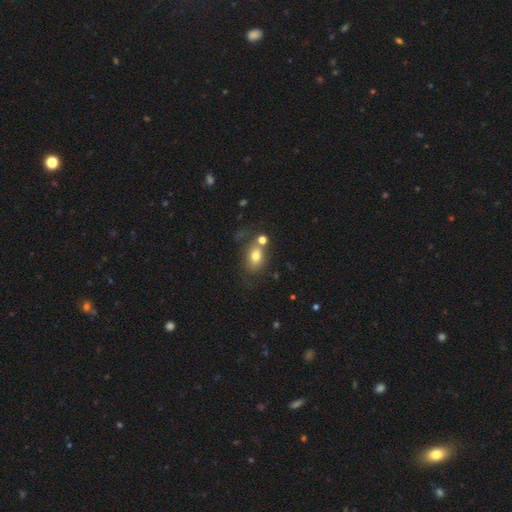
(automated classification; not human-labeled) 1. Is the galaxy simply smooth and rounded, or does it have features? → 74% smooth, 15% featured or disk, 11% star or artifact.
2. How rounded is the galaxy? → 68% in between, 30% round, 2% cigar-shaped.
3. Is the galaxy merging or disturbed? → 52% none, 21% merger, 17% minor disturbance, 9% major disturbance.